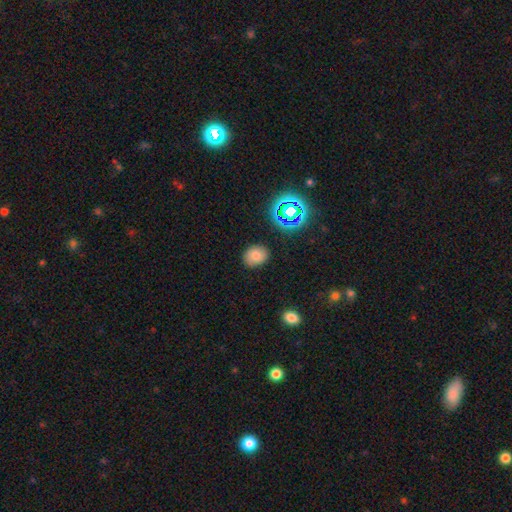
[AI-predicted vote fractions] Q: Smooth or featured?
A: smooth (76%); runner-up: star or artifact (16%)
Q: How rounded?
A: in between (53%); runner-up: round (46%)
Q: Merging?
A: none (83%); runner-up: minor disturbance (12%)